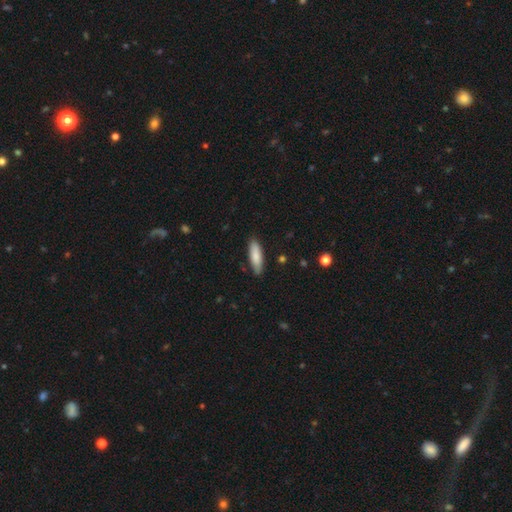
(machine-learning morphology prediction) type=smooth (83%); roundness=cigar-shaped (55%); merging=none (86%).